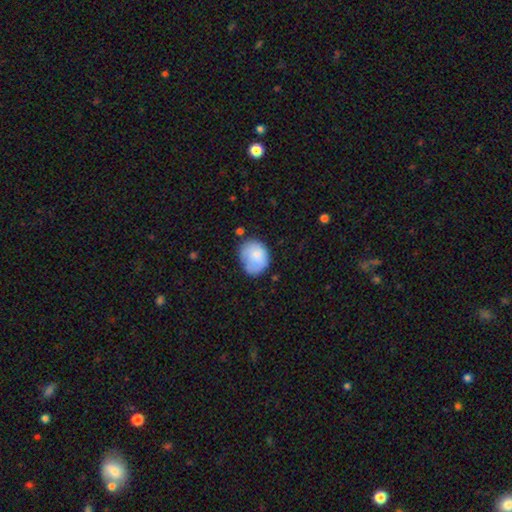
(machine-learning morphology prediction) This appears to be a smooth galaxy with no disk features (78%) that is round (51%). Merging: none (51%).